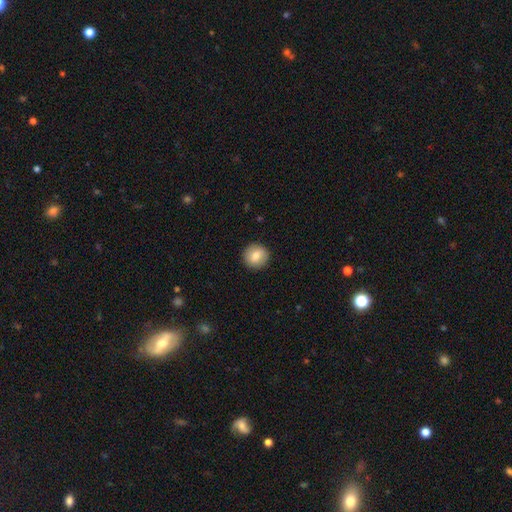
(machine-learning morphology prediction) This appears to be a smooth galaxy with no disk features (81%) that is round (93%). Merging: none (92%).